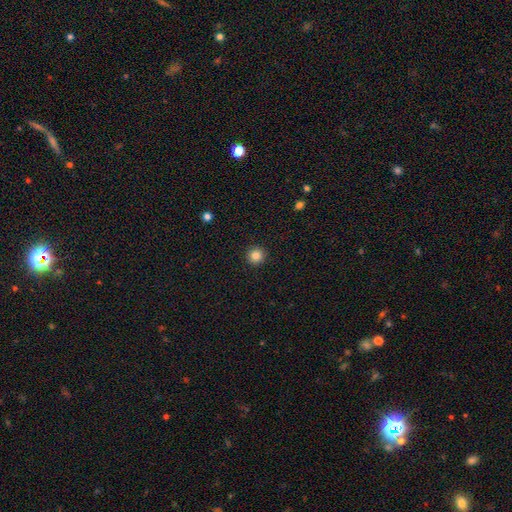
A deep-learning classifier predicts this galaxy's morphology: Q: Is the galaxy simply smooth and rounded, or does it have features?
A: smooth — 84%.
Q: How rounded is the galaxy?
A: round — 96%.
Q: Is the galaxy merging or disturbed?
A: none — 93%.